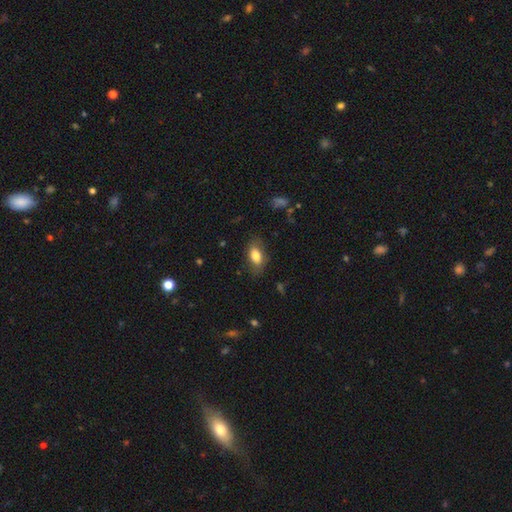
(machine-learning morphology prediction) This appears to be a smooth galaxy with no disk features (78%) that is in between round and cigar-shaped (90%). Merging: none (76%).